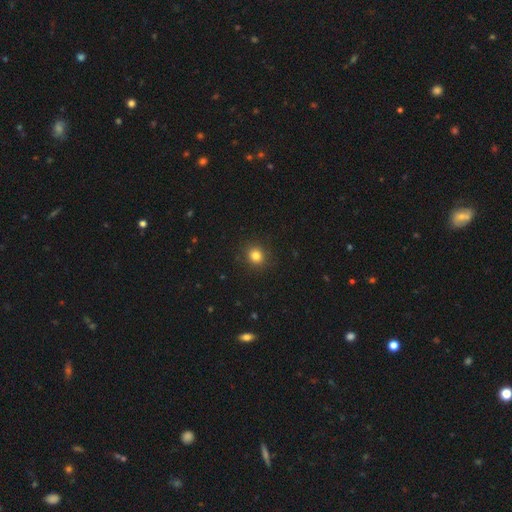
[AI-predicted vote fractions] The model was most divided on "how rounded": round: 83%, in between: 16%, cigar-shaped: 1%. More confident: merging — none (90%); smooth or featured — smooth (82%).